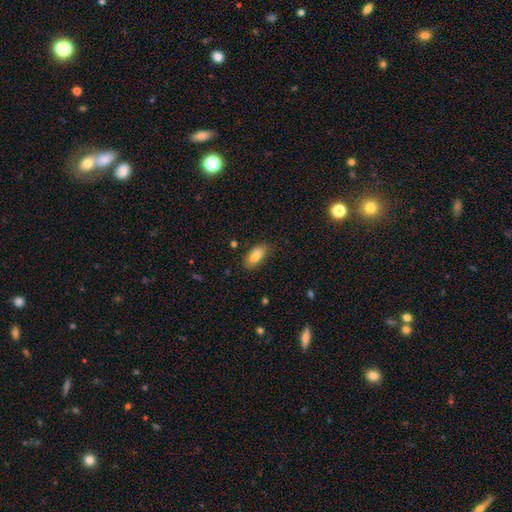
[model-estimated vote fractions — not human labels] Smooth or featured?
  - smooth: 81% *
  - featured or disk: 12%
  - star or artifact: 7%
How rounded?
  - in between: 87% *
  - cigar-shaped: 11%
  - round: 3%
Merging?
  - none: 82% *
  - minor disturbance: 14%
  - major disturbance: 3%
  - merger: 2%